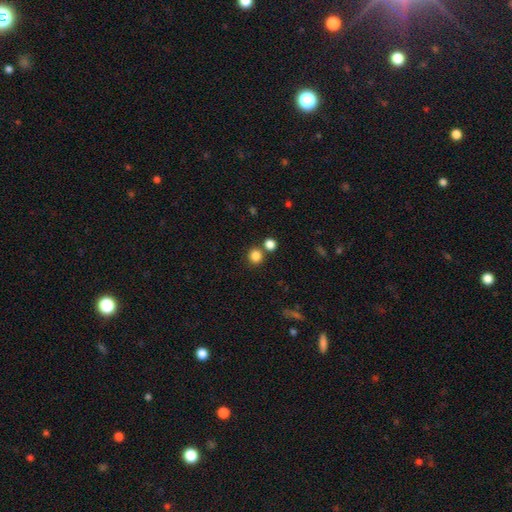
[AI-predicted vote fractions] A smooth galaxy with no disk features (84%) that is round (89%).

Vote fractions:
- Smooth or featured? smooth: 84% / star or artifact: 12% / featured or disk: 4%
- How rounded? round: 89% / in between: 10% / cigar-shaped: 1%
- Merging? none: 73% / merger: 17% / minor disturbance: 7% / major disturbance: 3%